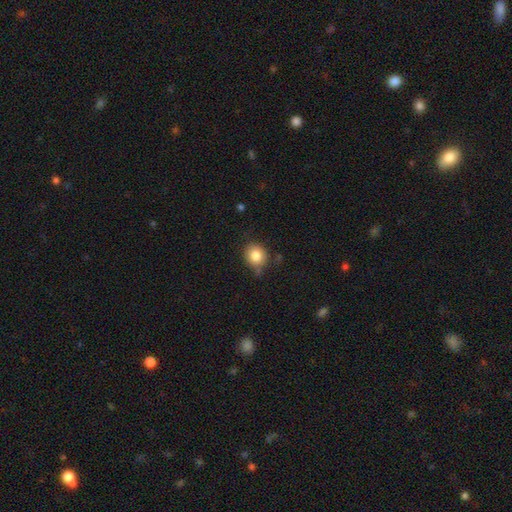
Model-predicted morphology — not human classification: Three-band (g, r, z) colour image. It shows a smooth galaxy with no disk features (83%) that is round (77%). Merging: none (71%).